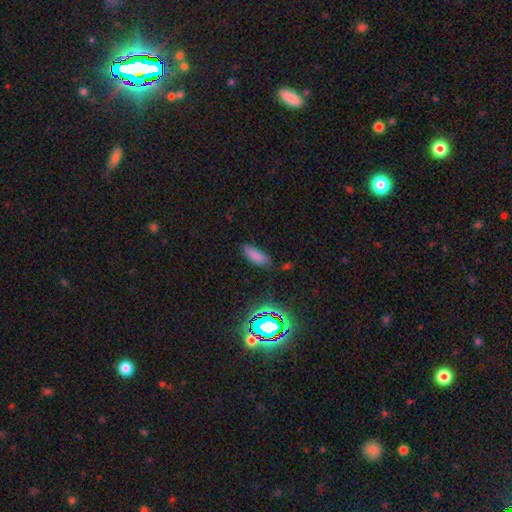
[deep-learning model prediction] This appears to be a smooth galaxy with no disk features (75%) that is in between round and cigar-shaped (73%). Merging: none (75%).